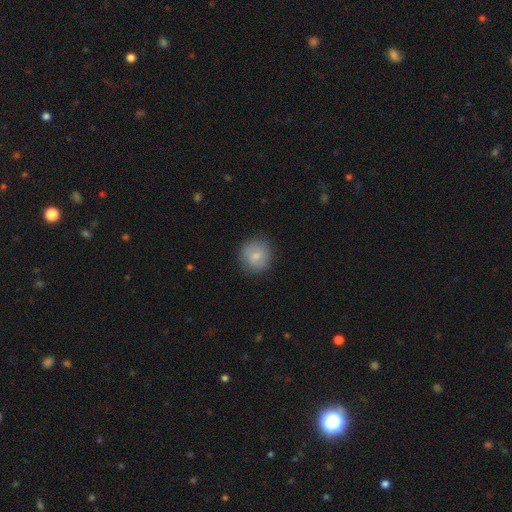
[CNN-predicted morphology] Smooth or featured? Predicted: smooth (p=0.72). How rounded? Predicted: round (p=0.90). Merging? Predicted: none (p=0.84).